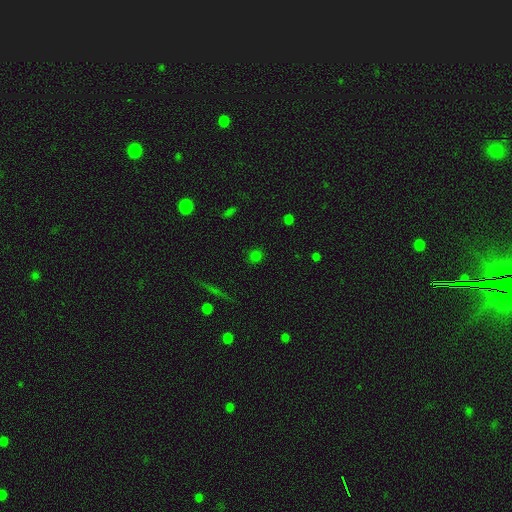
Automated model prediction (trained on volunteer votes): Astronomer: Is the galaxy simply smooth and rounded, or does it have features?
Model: smooth — 67%.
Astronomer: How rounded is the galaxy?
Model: round — 90%.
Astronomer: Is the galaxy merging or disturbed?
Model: none — 88%.